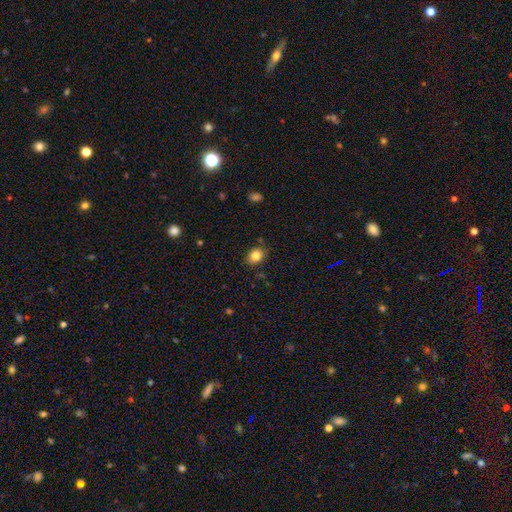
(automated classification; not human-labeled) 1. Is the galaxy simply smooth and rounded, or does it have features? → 83% smooth, 10% star or artifact, 6% featured or disk.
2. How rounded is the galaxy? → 53% in between, 46% round, 1% cigar-shaped.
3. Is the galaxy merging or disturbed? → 82% none, 13% minor disturbance, 3% major disturbance, 2% merger.